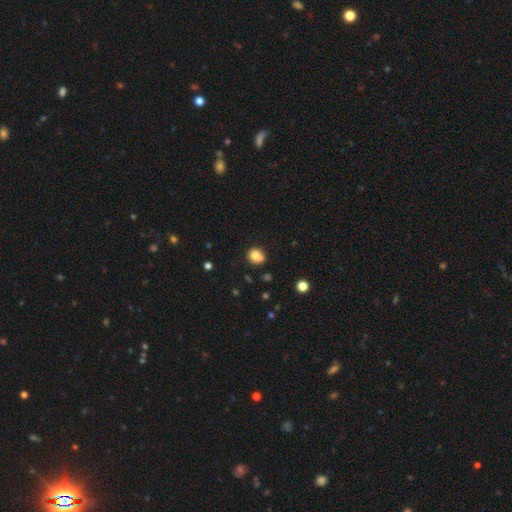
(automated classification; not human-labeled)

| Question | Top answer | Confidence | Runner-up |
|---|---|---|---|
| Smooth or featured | smooth | 81% | star or artifact (11%) |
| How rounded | round | 77% | in between (22%) |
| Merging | none | 75% | minor disturbance (17%) |